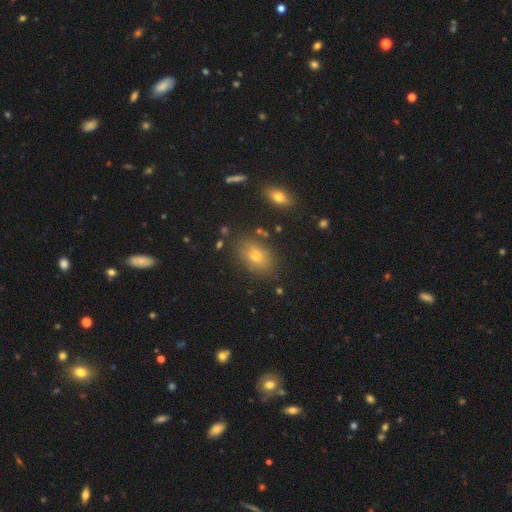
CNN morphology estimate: Smooth or featured: smooth — 70% (star or artifact — 15%)
How rounded: in between — 81% (round — 17%)
Merging: none — 82% (minor disturbance — 11%)